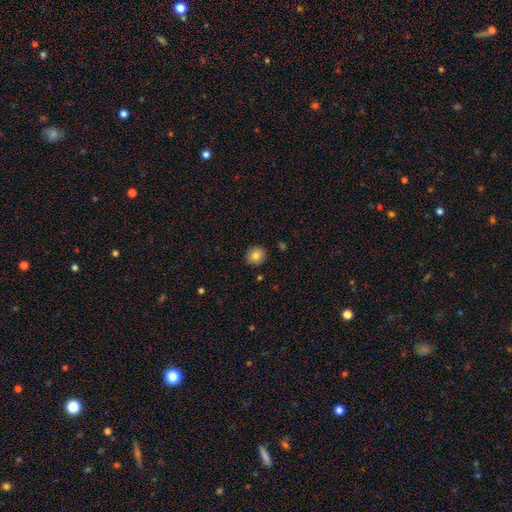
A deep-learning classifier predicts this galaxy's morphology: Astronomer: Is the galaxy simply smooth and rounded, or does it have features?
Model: smooth — 81%.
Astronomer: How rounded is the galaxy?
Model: round — 86%.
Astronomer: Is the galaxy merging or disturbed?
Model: none — 90%.